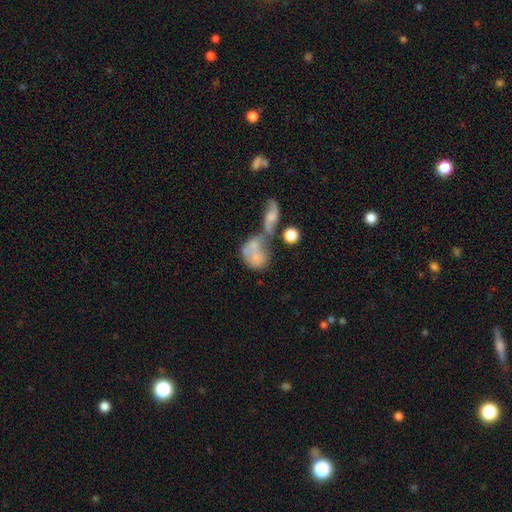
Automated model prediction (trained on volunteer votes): Smooth or featured? smooth (60%)
How rounded? in between (58%)
Merging? merger (60%)